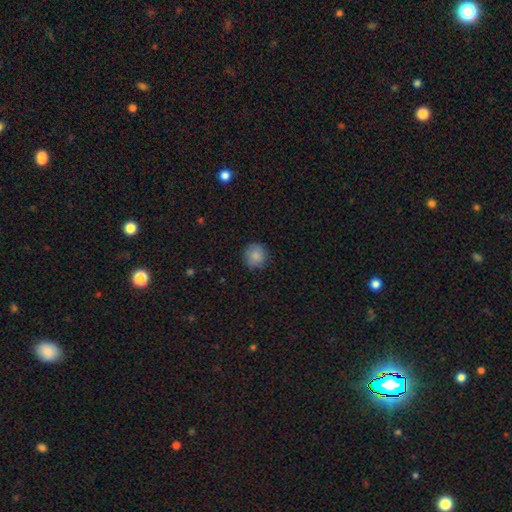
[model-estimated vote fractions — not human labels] Morphology: type=smooth (84%); roundness=round (91%); merging=none (84%).